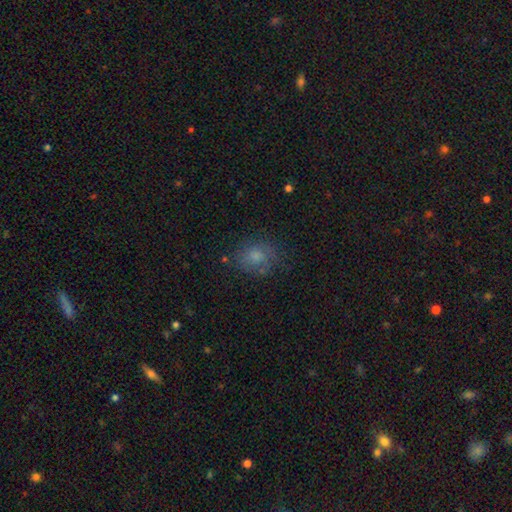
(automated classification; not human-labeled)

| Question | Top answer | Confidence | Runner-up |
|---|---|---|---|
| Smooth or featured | smooth | 62% | star or artifact (19%) |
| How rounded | round | 62% | in between (37%) |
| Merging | none | 73% | minor disturbance (18%) |